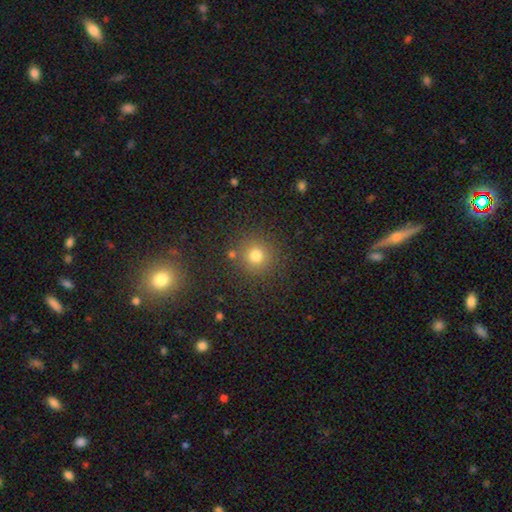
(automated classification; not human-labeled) smooth_or_featured: smooth (p=0.75) [alt: star or artifact p=0.18]
how_rounded: round (p=0.92) [alt: in between p=0.07]
merging: none (p=0.83) [alt: minor disturbance p=0.08]